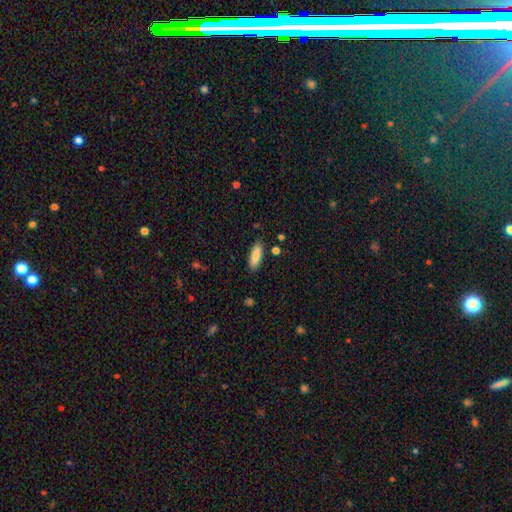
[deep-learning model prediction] The model was most divided on "how rounded": in between: 58%, cigar-shaped: 40%, round: 2%. More confident: smooth or featured — smooth (87%); merging — none (85%).